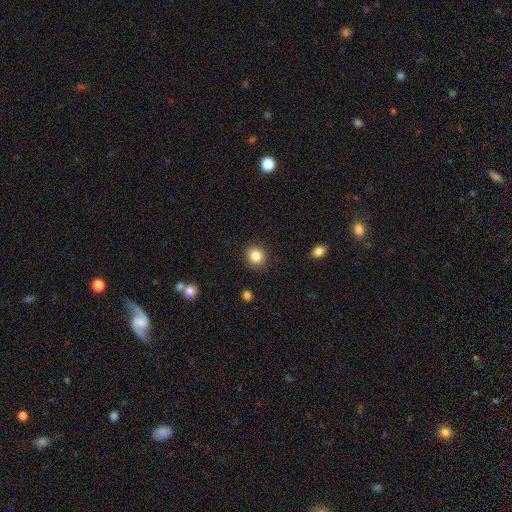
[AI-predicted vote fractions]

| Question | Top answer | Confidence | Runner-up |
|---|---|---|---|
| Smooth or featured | smooth | 85% | star or artifact (10%) |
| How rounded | round | 85% | in between (14%) |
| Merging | none | 90% | minor disturbance (6%) |